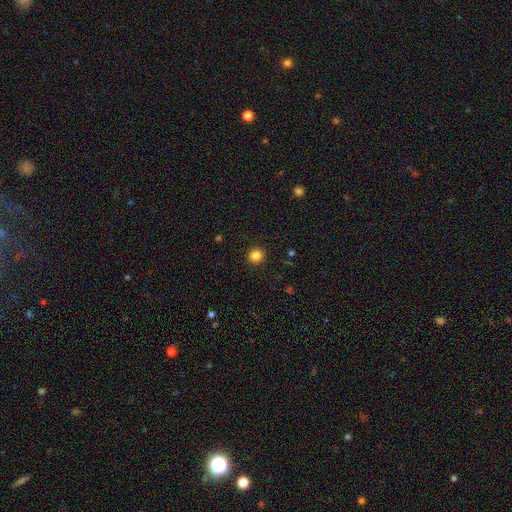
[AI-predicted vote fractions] Morphology: type=smooth (85%); roundness=round (93%); merging=none (92%).